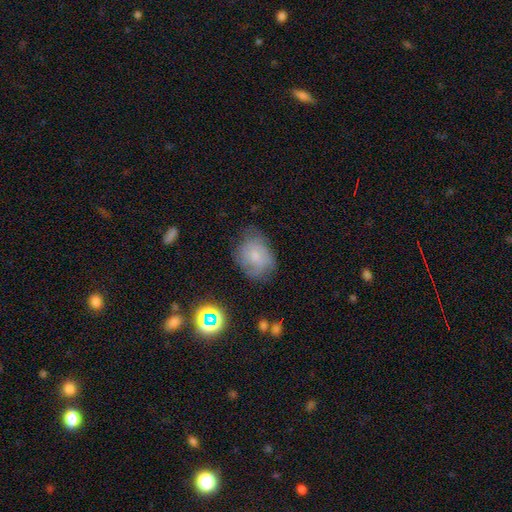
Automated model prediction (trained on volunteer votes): Morphology: type=smooth (52%); roundness=in between (55%); merging=none (59%).